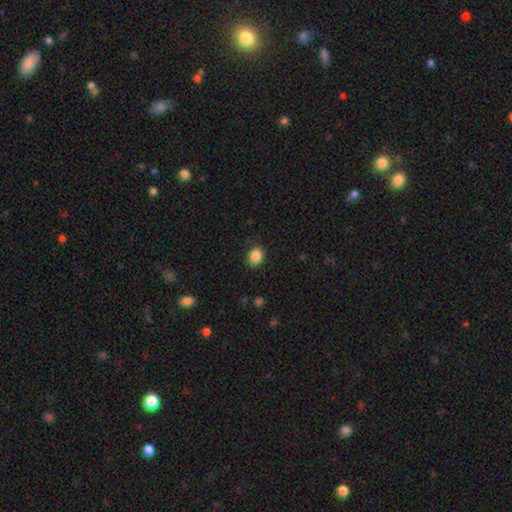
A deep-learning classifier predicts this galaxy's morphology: Smooth or featured? smooth (87%)
How rounded? round (55%)
Merging? none (86%)